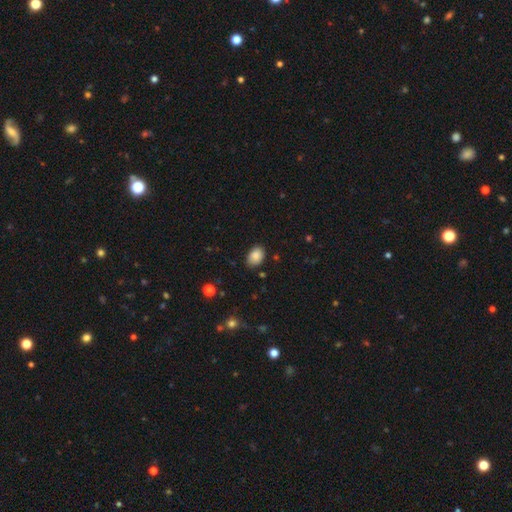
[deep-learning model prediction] Q: Smooth or featured?
A: smooth (87%); runner-up: star or artifact (8%)
Q: How rounded?
A: in between (81%); runner-up: round (18%)
Q: Merging?
A: none (81%); runner-up: minor disturbance (15%)